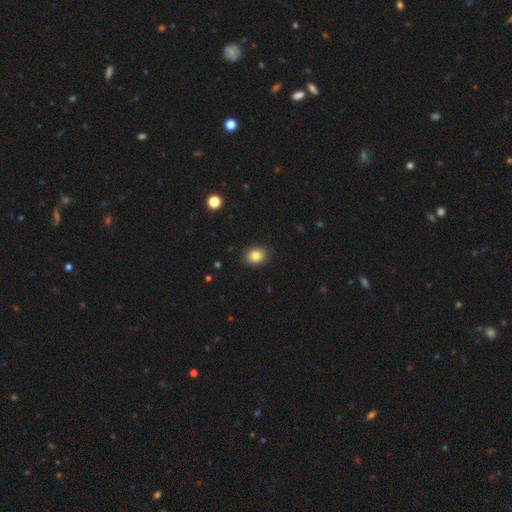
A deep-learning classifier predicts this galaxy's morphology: A smooth galaxy with no disk features (83%) that is in between round and cigar-shaped (59%). Merging: none (87%).